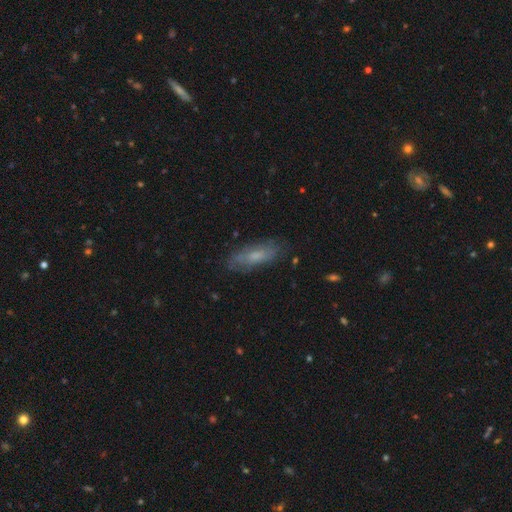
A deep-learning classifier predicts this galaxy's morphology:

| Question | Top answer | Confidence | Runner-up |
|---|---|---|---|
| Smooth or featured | smooth | 57% | featured or disk (35%) |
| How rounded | in between | 61% | cigar-shaped (37%) |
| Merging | none | 76% | minor disturbance (17%) |